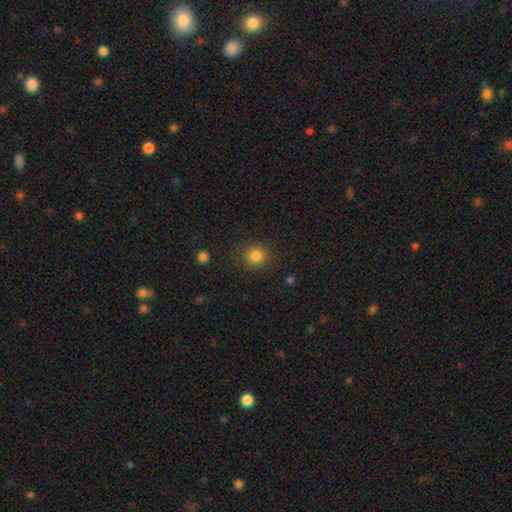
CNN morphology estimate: smooth_or_featured: smooth (p=0.83) [alt: star or artifact p=0.12]
how_rounded: round (p=0.90) [alt: in between p=0.09]
merging: none (p=0.87) [alt: minor disturbance p=0.08]